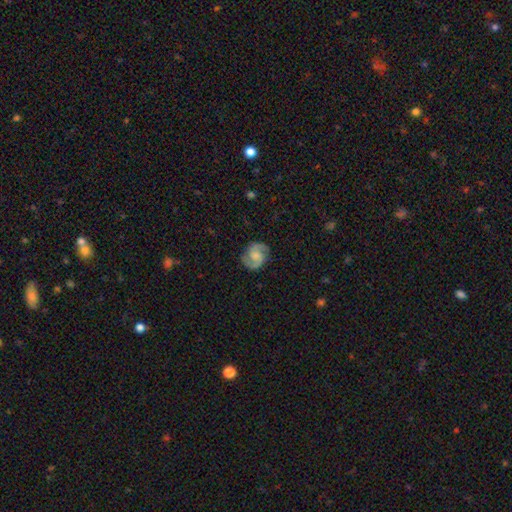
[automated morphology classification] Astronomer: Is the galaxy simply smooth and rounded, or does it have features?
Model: featured or disk — 83%.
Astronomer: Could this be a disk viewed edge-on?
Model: no — 98%.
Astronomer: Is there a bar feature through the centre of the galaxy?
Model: no — 45%, tied with weak at 45%.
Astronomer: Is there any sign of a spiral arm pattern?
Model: yes — 97%.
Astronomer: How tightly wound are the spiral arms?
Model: medium — 57%.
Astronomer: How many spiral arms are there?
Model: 2 — 93%.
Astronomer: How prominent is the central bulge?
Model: none — 34% (runner-up: moderate, 30%).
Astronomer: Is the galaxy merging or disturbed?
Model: none — 84%.